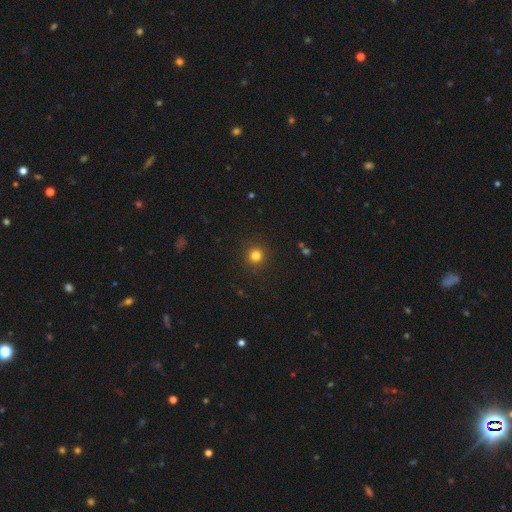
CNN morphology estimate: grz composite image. It shows a smooth galaxy with no disk features (81%) that is round (94%). Merging: none (91%).